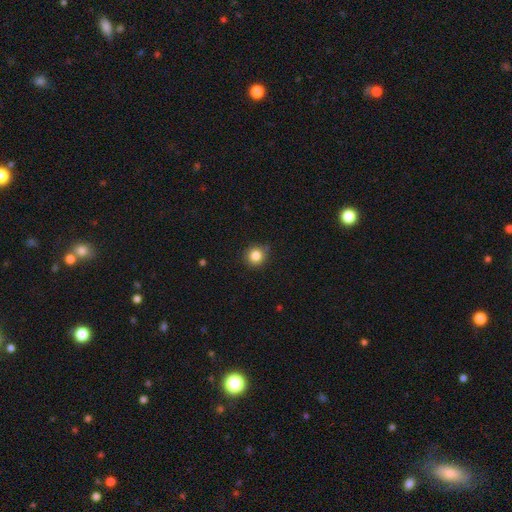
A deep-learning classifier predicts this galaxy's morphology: This is clearly a smooth galaxy (84%). How rounded: clearly round (93%). Merging: clearly none (85%).